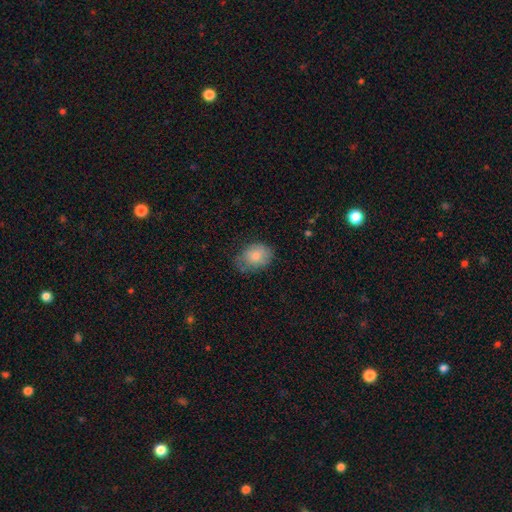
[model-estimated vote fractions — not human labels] The model was most divided on "merging": none: 60%, minor disturbance: 30%, major disturbance: 8%, merger: 1%. More confident: smooth or featured — smooth (80%); how rounded — in between (65%).